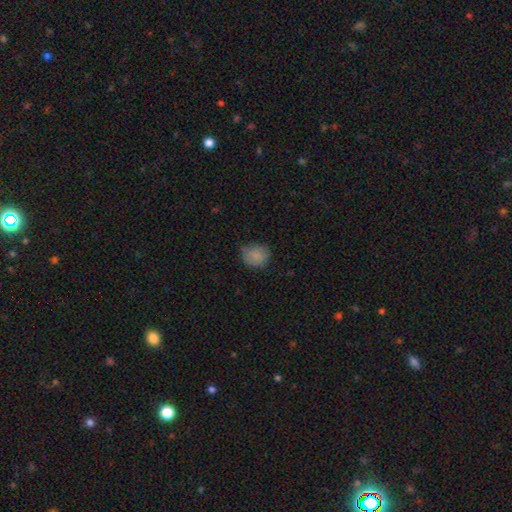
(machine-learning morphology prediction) smooth 85%, star or artifact 9%, featured or disk 6%. Down the decision tree: how rounded — round (77%); merging — none (69%).